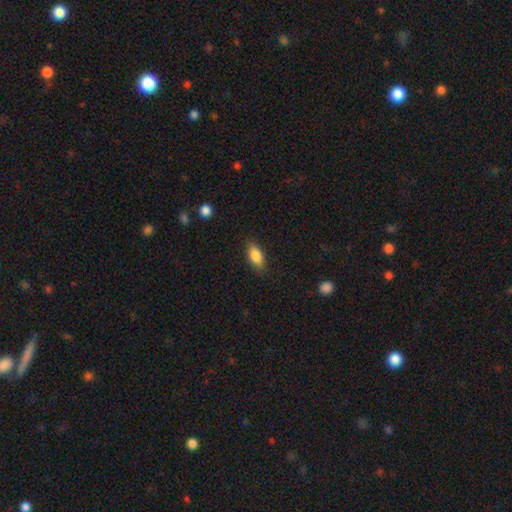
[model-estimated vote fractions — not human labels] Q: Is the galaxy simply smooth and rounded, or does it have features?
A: smooth — 84%.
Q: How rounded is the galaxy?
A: in between — 87%.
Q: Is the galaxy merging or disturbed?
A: none — 83%.